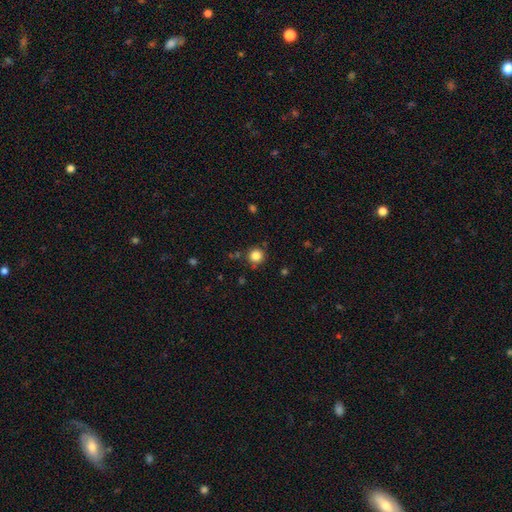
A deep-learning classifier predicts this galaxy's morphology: Smooth or featured? smooth (84%)
How rounded? round (94%)
Merging? none (84%)